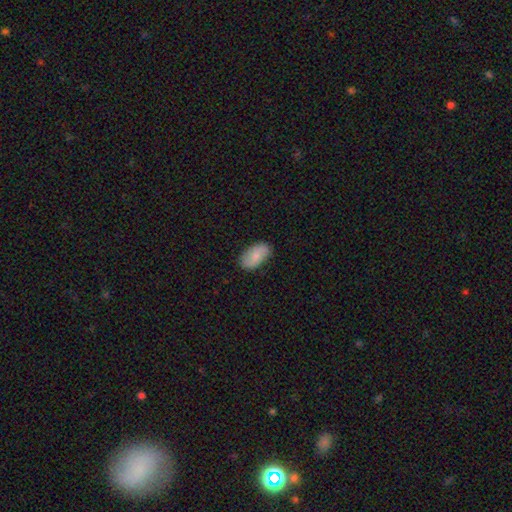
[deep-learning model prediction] This is likely a smooth galaxy (73%). How rounded: clearly in between (94%). Merging: clearly none (83%).